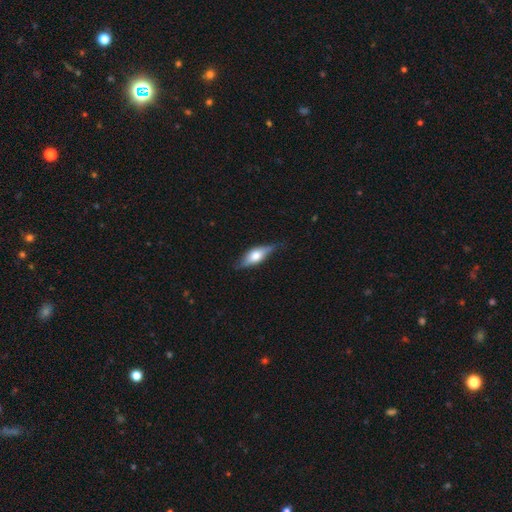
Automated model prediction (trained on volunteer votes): Morphology: type=featured or disk (49%); merging=none (76%).